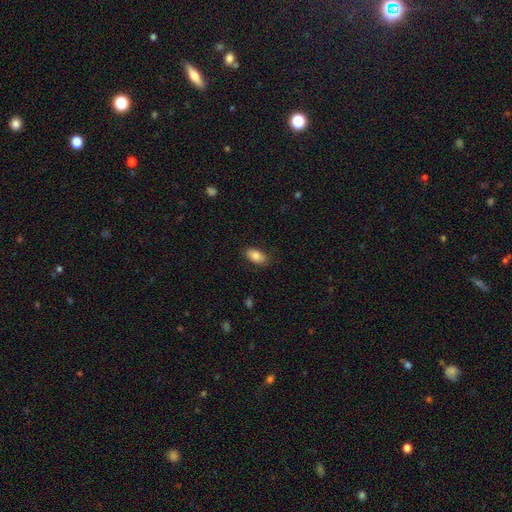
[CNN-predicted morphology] Overall: smooth (82%). How rounded: in between (93%). Merging: none (84%).